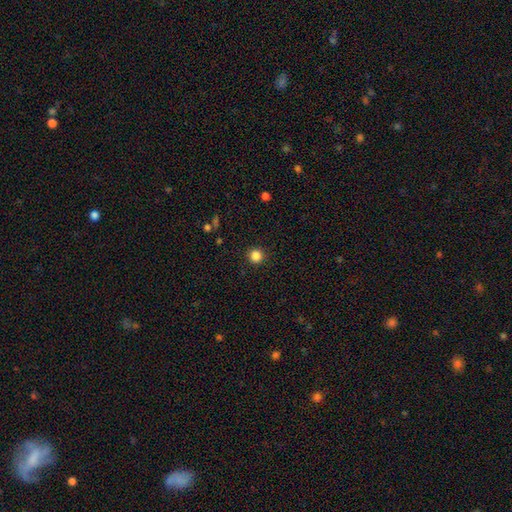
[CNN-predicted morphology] type=smooth (85%); roundness=round (95%); merging=none (92%).